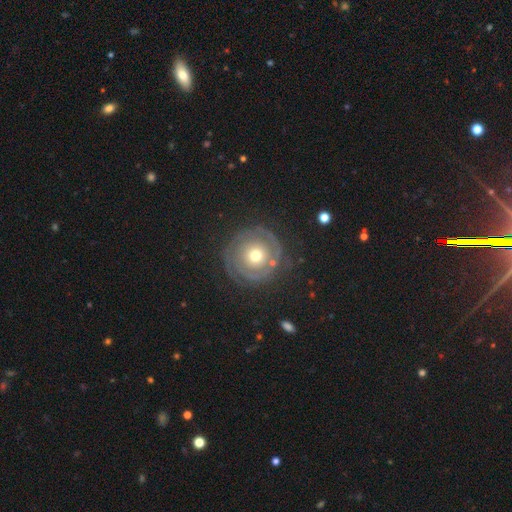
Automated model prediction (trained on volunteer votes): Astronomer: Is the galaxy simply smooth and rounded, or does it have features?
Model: featured or disk — 68%.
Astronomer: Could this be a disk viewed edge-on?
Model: no — 97%.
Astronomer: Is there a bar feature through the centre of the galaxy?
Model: no — 88%.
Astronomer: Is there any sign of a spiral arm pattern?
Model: yes — 74%.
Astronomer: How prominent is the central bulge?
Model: moderate — 63%.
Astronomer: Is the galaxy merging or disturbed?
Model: none — 77%.